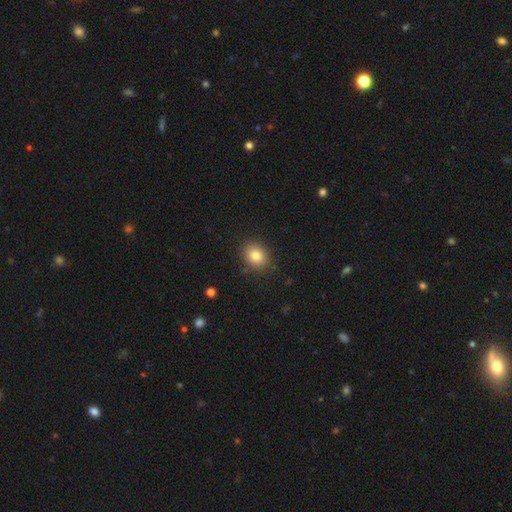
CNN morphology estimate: A smooth galaxy with no disk features (82%) that is in between round and cigar-shaped (50%).

Vote fractions:
- Smooth or featured? smooth: 82% / star or artifact: 10% / featured or disk: 8%
- How rounded? in between: 50% / round: 49% / cigar-shaped: 1%
- Merging? none: 86% / minor disturbance: 10% / major disturbance: 3% / merger: 1%